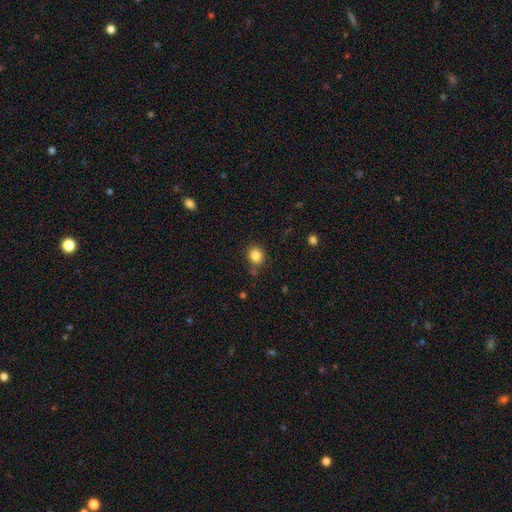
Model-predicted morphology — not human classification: Q: Smooth or featured?
A: smooth (85%); runner-up: star or artifact (11%)
Q: How rounded?
A: round (76%); runner-up: in between (23%)
Q: Merging?
A: none (80%); runner-up: minor disturbance (11%)